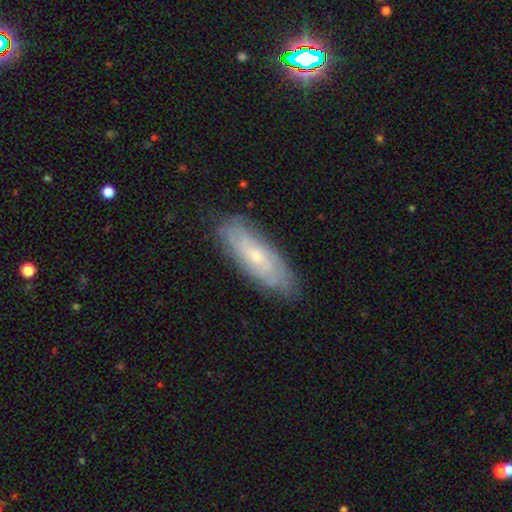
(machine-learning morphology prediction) This is likely a featured or disk galaxy (66%). It is clearly not viewed edge-on (80%). Bar: likely no (72%). Spiral arm pattern: clearly yes (83%). Central bulge: likely small (68%). Merging: likely none (78%).